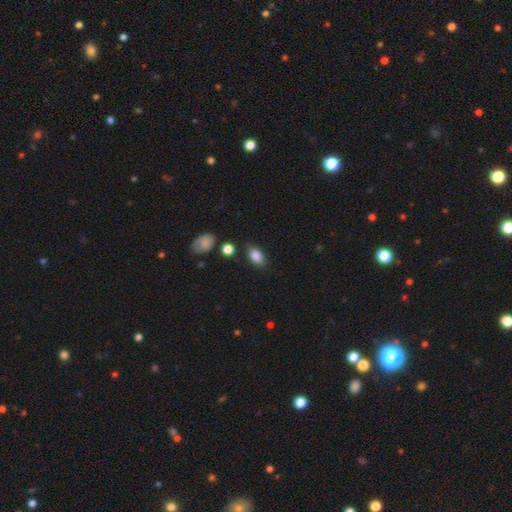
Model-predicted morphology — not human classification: Smooth or featured: smooth — 87% (star or artifact — 8%)
How rounded: in between — 89% (round — 9%)
Merging: none — 78% (minor disturbance — 15%)